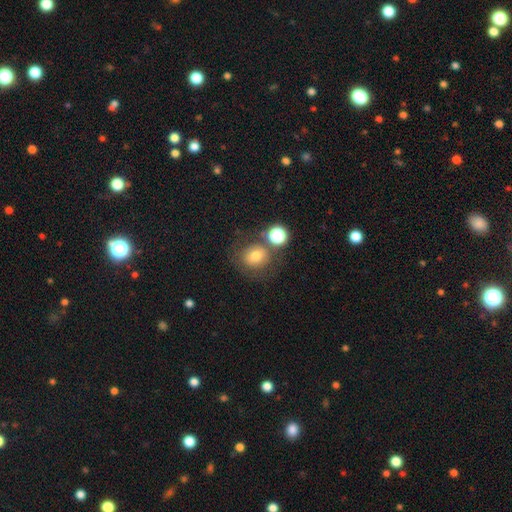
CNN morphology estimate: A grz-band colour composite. It shows a smooth galaxy with no disk features (70%) that is round (75%). Merging: none (62%).